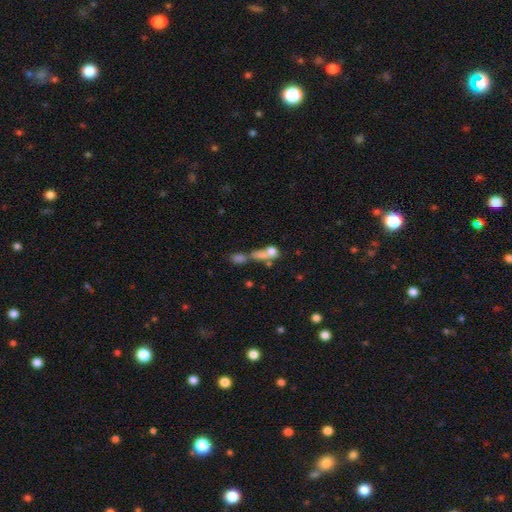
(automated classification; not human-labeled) Smooth or featured? smooth (43%)
Merging? none (48%)